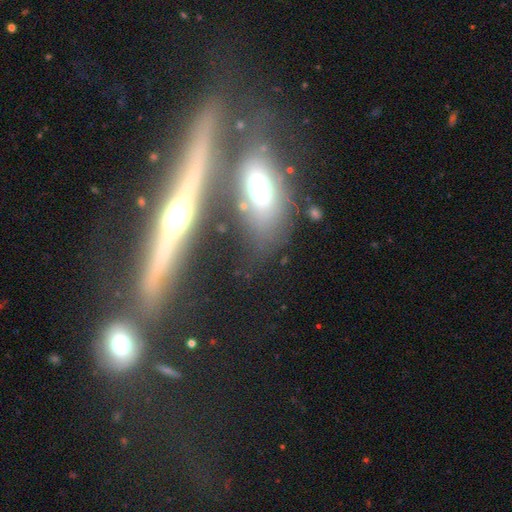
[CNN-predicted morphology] Smooth or featured?
  - featured or disk: 55% *
  - smooth: 30%
  - star or artifact: 14%
Edge-on disk?
  - yes: 84% *
  - no: 16%
Merging?
  - none: 65% *
  - merger: 17%
  - minor disturbance: 13%
  - major disturbance: 6%